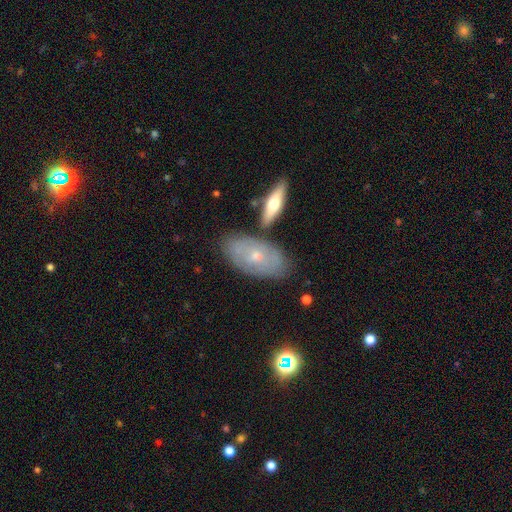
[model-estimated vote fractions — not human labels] Smooth or featured? featured or disk (51%)
Edge-on disk? no (82%)
Merging? none (72%)